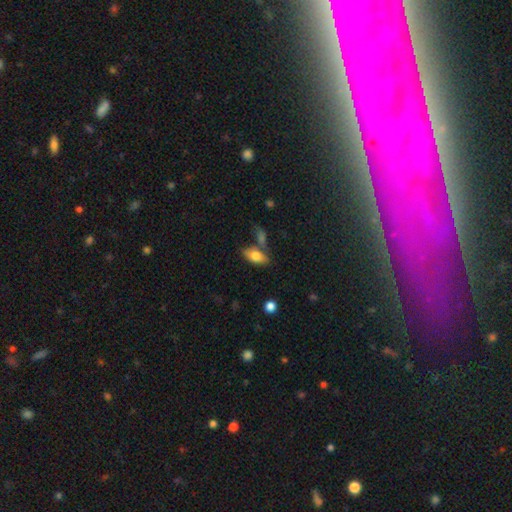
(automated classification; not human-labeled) A smooth galaxy with no disk features (76%) that is in between round and cigar-shaped (88%).

Vote fractions:
- Smooth or featured? smooth: 76% / featured or disk: 17% / star or artifact: 7%
- How rounded? in between: 88% / cigar-shaped: 8% / round: 4%
- Merging? none: 61% / merger: 18% / minor disturbance: 16% / major disturbance: 5%